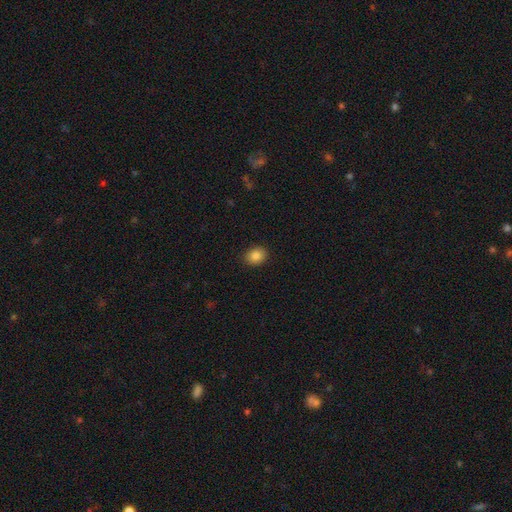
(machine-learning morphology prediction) Smooth or featured? smooth (86%)
How rounded? in between (52%)
Merging? none (89%)